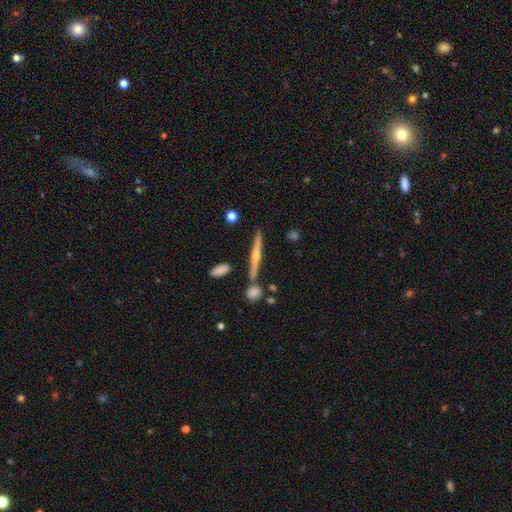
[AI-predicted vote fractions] Q: Smooth or featured?
A: featured or disk (73%); runner-up: smooth (17%)
Q: Edge-on disk?
A: yes (96%); runner-up: no (4%)
Q: Edge-on bulge?
A: rounded (85%); runner-up: none (9%)
Q: Merging?
A: none (75%); runner-up: merger (12%)